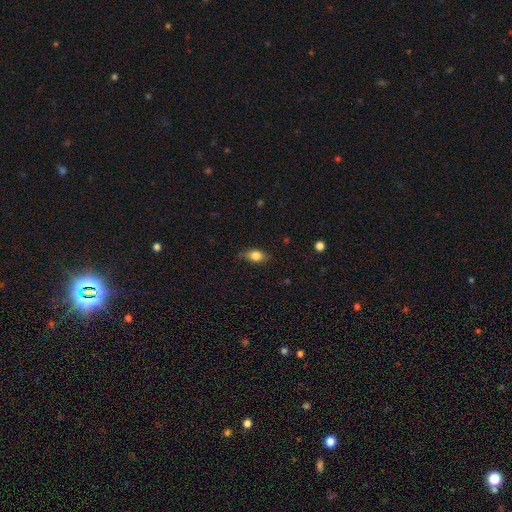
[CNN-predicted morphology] The model was most divided on "merging": none: 75%, minor disturbance: 19%, major disturbance: 4%, merger: 1%. More confident: smooth or featured — smooth (81%); how rounded — in between (80%).